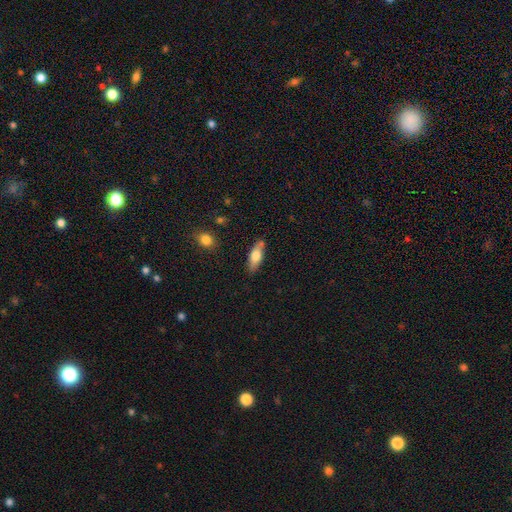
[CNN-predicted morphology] smooth 68%, featured or disk 26%, star or artifact 6%. Down the decision tree: how rounded — in between (65%); merging — none (77%).